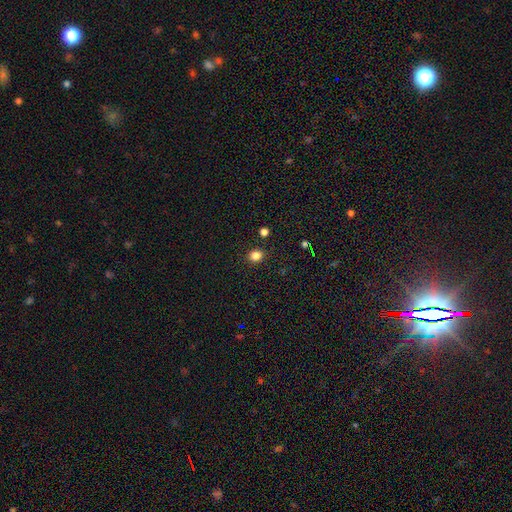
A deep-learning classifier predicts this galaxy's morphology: A smooth galaxy with no disk features (81%) that is round (65%).

Vote fractions:
- Smooth or featured? smooth: 81% / star or artifact: 14% / featured or disk: 4%
- How rounded? round: 65% / in between: 34% / cigar-shaped: 1%
- Merging? none: 88% / minor disturbance: 8% / major disturbance: 2% / merger: 2%